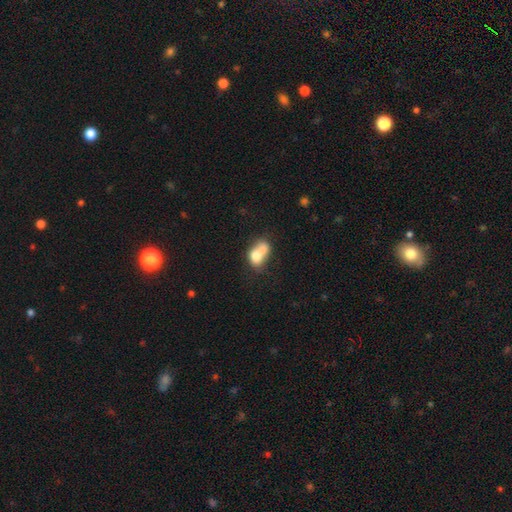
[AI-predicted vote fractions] smooth-or-featured: smooth: 68% | featured or disk: 23% | star or artifact: 9%
  how-rounded: in between: 65% | round: 34% | cigar-shaped: 2%
  merging: merger: 68% | none: 18% | minor disturbance: 9% | major disturbance: 6%